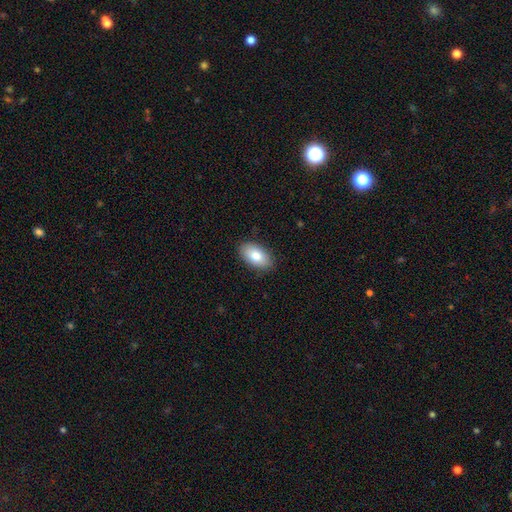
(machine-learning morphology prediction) This is clearly a smooth galaxy (83%). How rounded: clearly in between (94%). Merging: clearly none (88%).